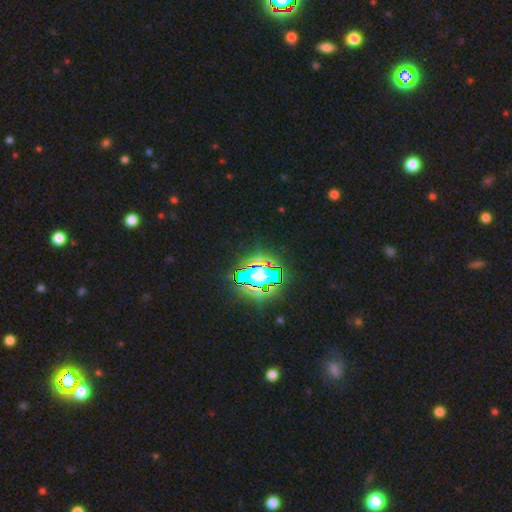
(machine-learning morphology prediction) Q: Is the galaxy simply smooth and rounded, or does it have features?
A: star or artifact — 84%.